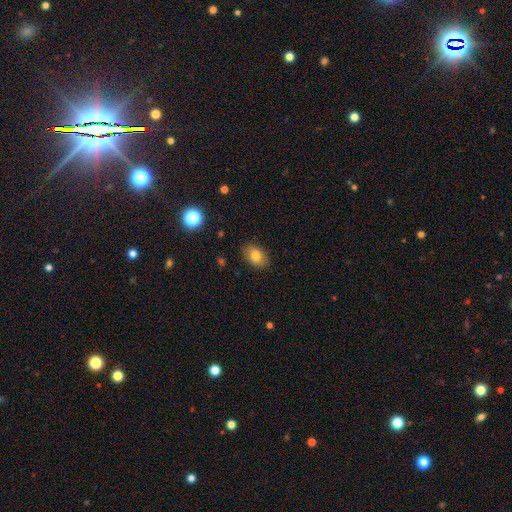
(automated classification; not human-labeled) The model was most divided on "how rounded": in between: 84%, round: 15%, cigar-shaped: 1%. More confident: merging — none (86%); smooth or featured — smooth (80%).